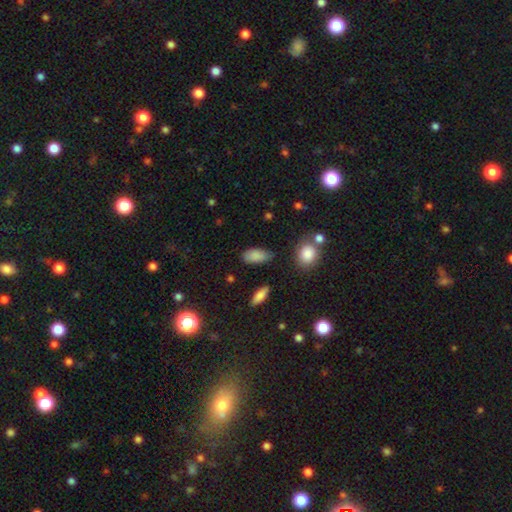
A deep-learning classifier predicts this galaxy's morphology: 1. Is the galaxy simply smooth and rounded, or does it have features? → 84% smooth, 8% star or artifact, 7% featured or disk.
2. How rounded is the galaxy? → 90% in between, 6% cigar-shaped, 4% round.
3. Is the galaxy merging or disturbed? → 71% none, 21% minor disturbance, 5% major disturbance, 3% merger.